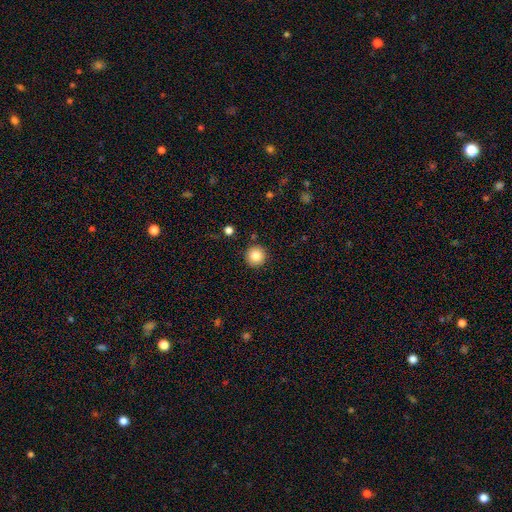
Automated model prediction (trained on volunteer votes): This is clearly a smooth galaxy (85%). How rounded: clearly round (96%). Merging: clearly none (91%).